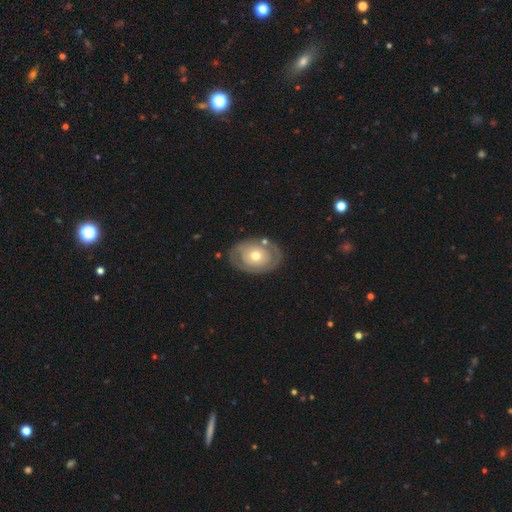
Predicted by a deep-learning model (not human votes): A featured or disk galaxy (58%) with no bar (88%), no spiral arms (62%) and a moderate central bulge (62%).

Vote fractions:
- Smooth or featured? featured or disk: 58% / smooth: 37% / star or artifact: 5%
- Edge-on disk? no: 94% / yes: 6%
- Bar? no: 88% / weak: 9% / strong: 3%
- Spiral arms? no: 62% / yes: 38%
- Bulge size? moderate: 62% / small: 31% / large: 5% / dominant: 1% / none: 1%
- Merging? none: 74% / minor disturbance: 16% / major disturbance: 6% / merger: 5%